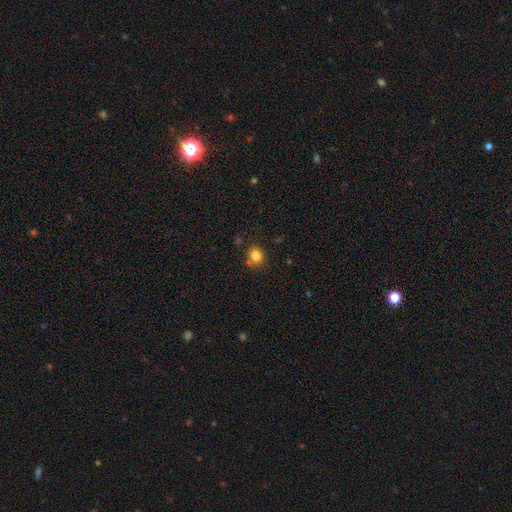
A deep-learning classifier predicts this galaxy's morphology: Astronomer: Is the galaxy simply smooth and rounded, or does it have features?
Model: smooth — 83%.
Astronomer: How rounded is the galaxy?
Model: round — 68%.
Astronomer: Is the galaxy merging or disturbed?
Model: none — 78%.